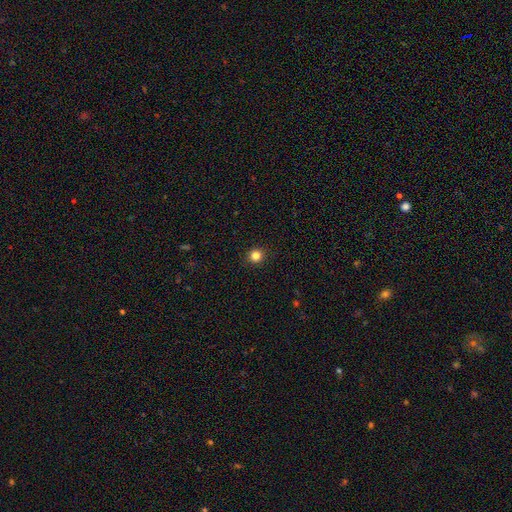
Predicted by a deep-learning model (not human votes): smooth-or-featured: smooth: 83% | star or artifact: 12% | featured or disk: 4%
  how-rounded: round: 93% | in between: 6% | cigar-shaped: 1%
  merging: none: 92% | minor disturbance: 5% | major disturbance: 2% | merger: 1%